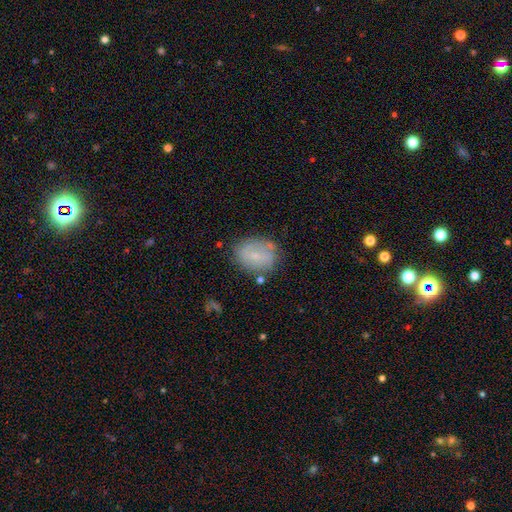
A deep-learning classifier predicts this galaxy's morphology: Smooth or featured? Predicted: smooth (p=0.57). How rounded? Predicted: in between (p=0.57). Merging? Predicted: none (p=0.68).